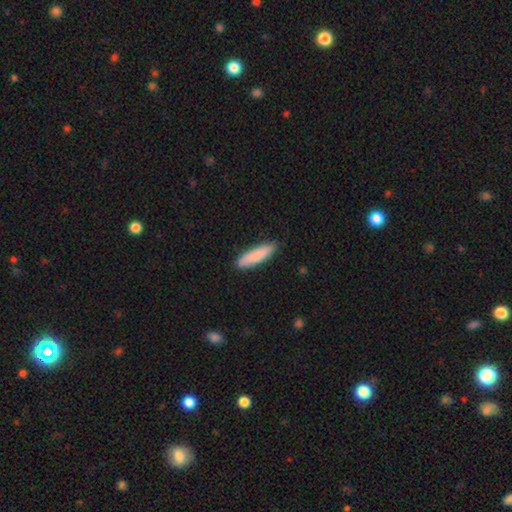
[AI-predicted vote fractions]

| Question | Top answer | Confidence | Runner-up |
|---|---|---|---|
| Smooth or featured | smooth | 86% | featured or disk (8%) |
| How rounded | cigar-shaped | 75% | in between (24%) |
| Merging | none | 88% | minor disturbance (9%) |